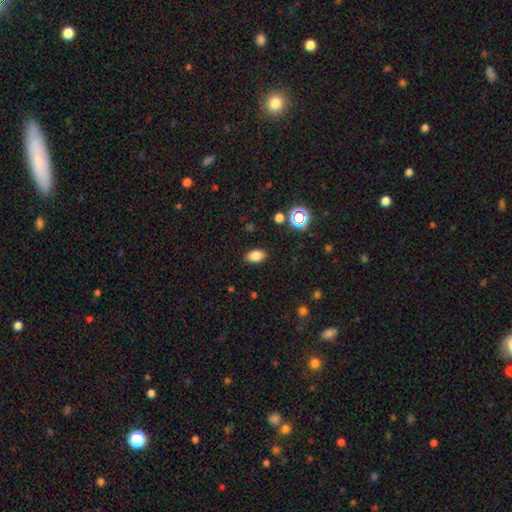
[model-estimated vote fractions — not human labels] Morphology: type=smooth (81%); roundness=in between (88%); merging=none (87%).